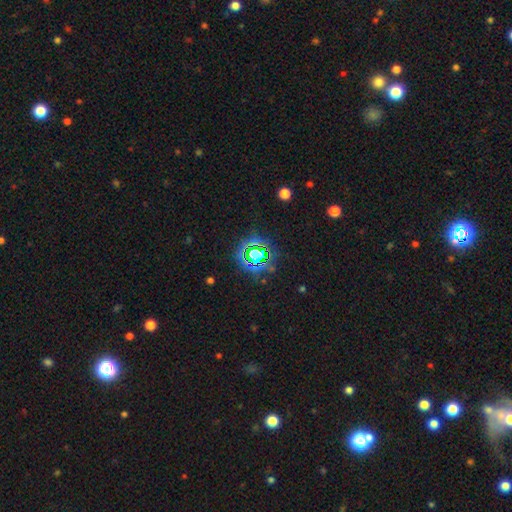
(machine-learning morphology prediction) This is likely a star or artifact rather than a galaxy (73%).